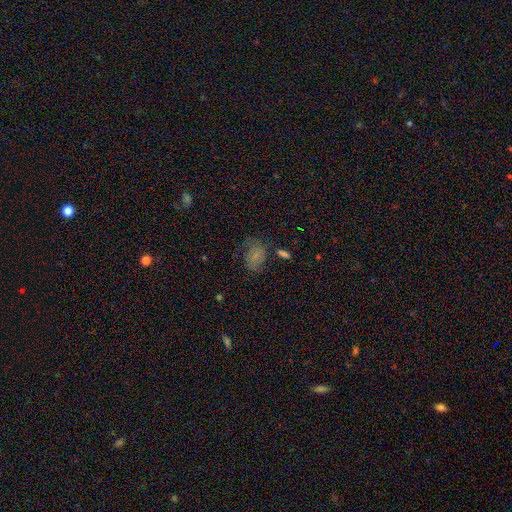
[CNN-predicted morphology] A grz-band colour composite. It shows a smooth galaxy with no disk features (63%) that is in between round and cigar-shaped (71%). Merging: none (49%).